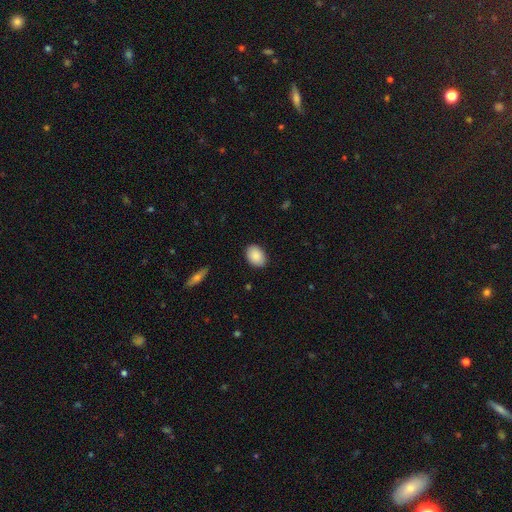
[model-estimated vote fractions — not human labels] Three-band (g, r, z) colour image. It shows a smooth galaxy with no disk features (88%) that is in between round and cigar-shaped (84%). Merging: none (88%).